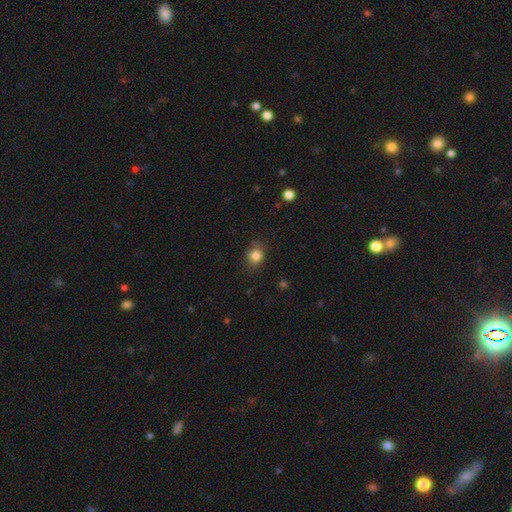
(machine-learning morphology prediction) Smooth or featured: smooth — 82% (star or artifact — 11%)
How rounded: round — 71% (in between — 28%)
Merging: none — 73% (minor disturbance — 20%)